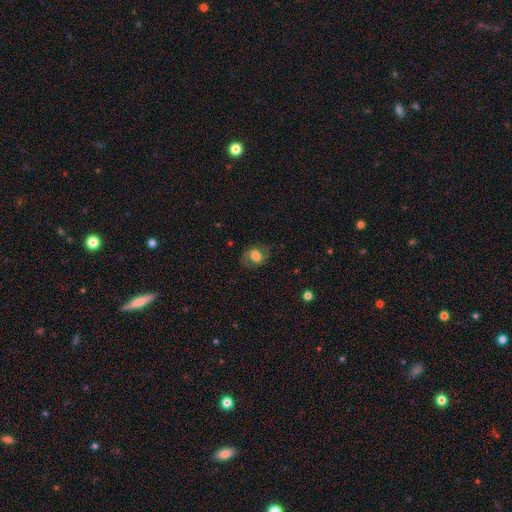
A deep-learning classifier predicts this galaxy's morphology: Smooth or featured?
  - smooth: 61% *
  - featured or disk: 30%
  - star or artifact: 9%
How rounded?
  - in between: 58% *
  - round: 40%
  - cigar-shaped: 1%
Merging?
  - none: 71% *
  - minor disturbance: 18%
  - major disturbance: 10%
  - merger: 1%